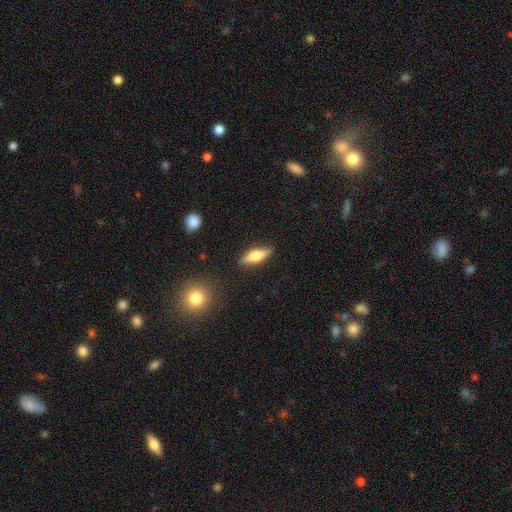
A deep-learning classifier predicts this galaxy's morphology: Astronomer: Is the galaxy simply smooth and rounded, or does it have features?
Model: smooth — 56% (runner-up: featured or disk, 37%).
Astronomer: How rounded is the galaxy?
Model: cigar-shaped — 54% (runner-up: in between, 43%).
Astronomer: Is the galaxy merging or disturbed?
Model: none — 86%.